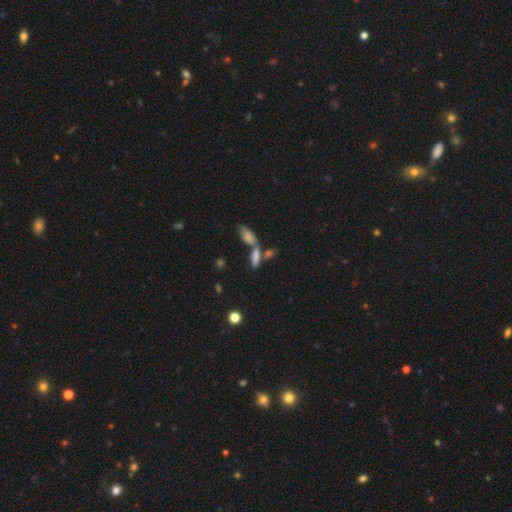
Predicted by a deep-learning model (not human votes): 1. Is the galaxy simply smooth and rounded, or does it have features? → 73% smooth, 15% featured or disk, 12% star or artifact.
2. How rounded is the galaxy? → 62% in between, 33% cigar-shaped, 5% round.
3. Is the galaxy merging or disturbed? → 48% merger, 38% none, 9% minor disturbance, 5% major disturbance.